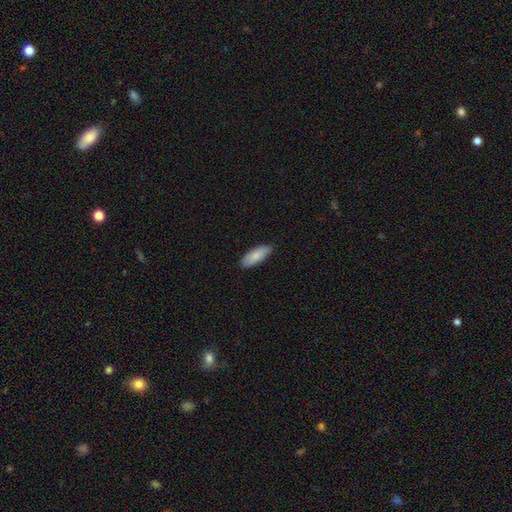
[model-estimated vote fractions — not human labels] Smooth or featured? Predicted: smooth (p=0.82). How rounded? Predicted: in between (p=0.74). Merging? Predicted: none (p=0.84).